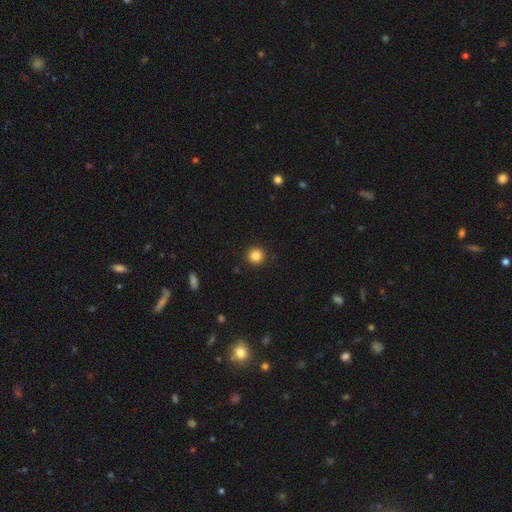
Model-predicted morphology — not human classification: smooth 85%, star or artifact 11%, featured or disk 4%. Down the decision tree: how rounded — round (94%); merging — none (92%).